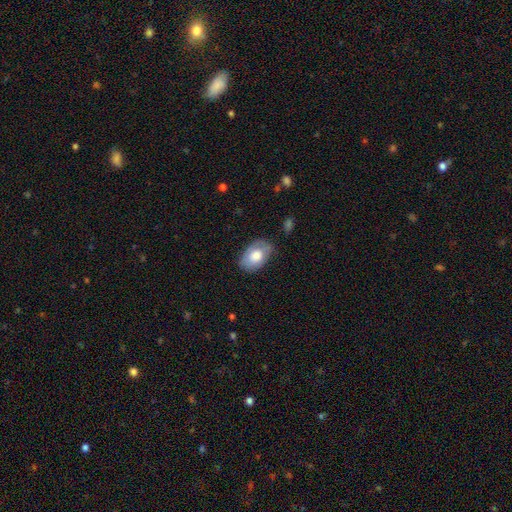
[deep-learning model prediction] smooth_or_featured: smooth (p=0.67) [alt: featured or disk p=0.27]
how_rounded: in between (p=0.89) [alt: round p=0.10]
merging: none (p=0.68) [alt: minor disturbance p=0.24]